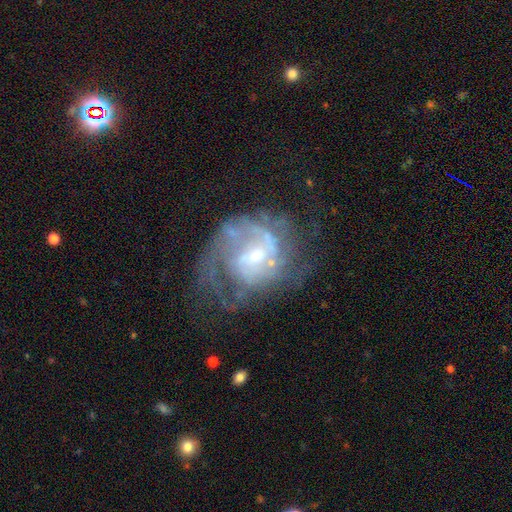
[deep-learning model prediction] Q: Smooth or featured?
A: featured or disk (82%); runner-up: smooth (10%)
Q: Edge-on disk?
A: no (97%); runner-up: yes (3%)
Q: Bar?
A: no (48%); runner-up: weak (43%)
Q: Spiral arms?
A: yes (88%); runner-up: no (12%)
Q: Spiral winding?
A: medium (41%); runner-up: tight (40%)
Q: Spiral arm count?
A: 2 (37%); runner-up: can't tell (32%)
Q: Bulge size?
A: small (55%); runner-up: moderate (39%)
Q: Merging?
A: none (49%); runner-up: major disturbance (27%)